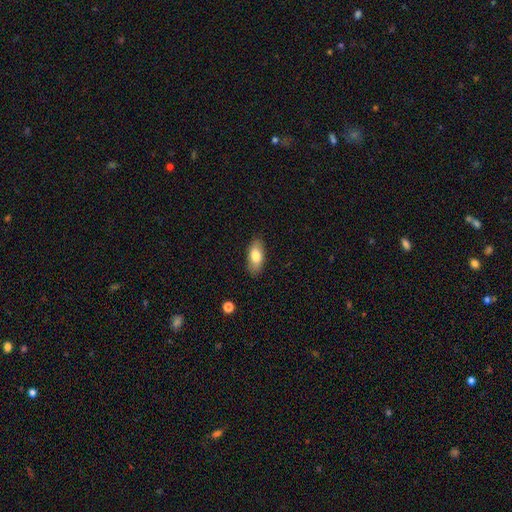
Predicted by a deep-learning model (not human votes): Smooth or featured? smooth (80%)
How rounded? in between (86%)
Merging? none (86%)